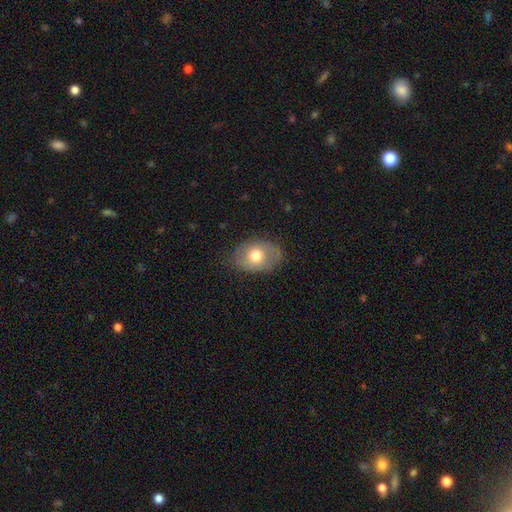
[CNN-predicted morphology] Smooth or featured: smooth — 62% (featured or disk — 30%)
How rounded: in between — 71% (round — 28%)
Merging: none — 75% (minor disturbance — 18%)